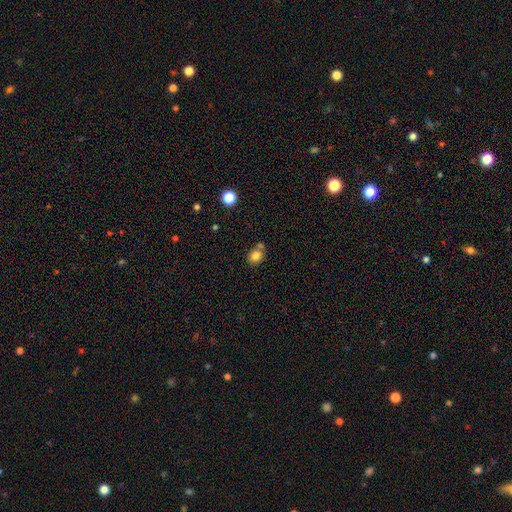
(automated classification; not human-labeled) Smooth or featured? smooth (82%)
How rounded? round (61%)
Merging? none (59%)